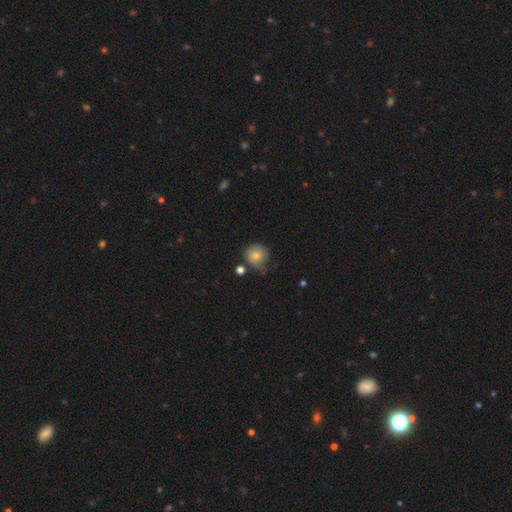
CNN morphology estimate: A smooth galaxy with no disk features (72%) that is round (86%).

Vote fractions:
- Smooth or featured? smooth: 72% / featured or disk: 20% / star or artifact: 8%
- How rounded? round: 86% / in between: 13% / cigar-shaped: 1%
- Merging? none: 51% / minor disturbance: 33% / major disturbance: 10% / merger: 6%